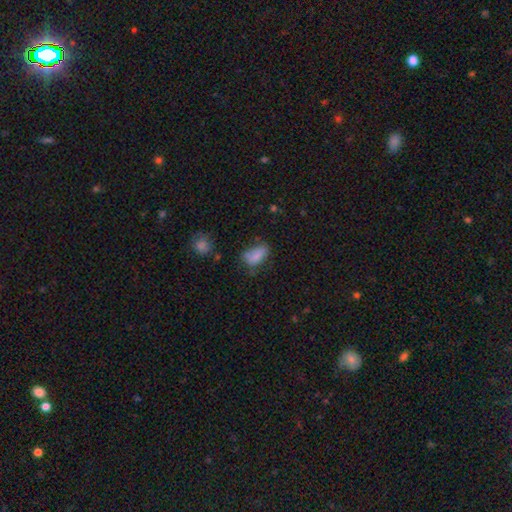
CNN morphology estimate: Smooth or featured?
  - smooth: 78% *
  - featured or disk: 11%
  - star or artifact: 10%
How rounded?
  - in between: 88% *
  - cigar-shaped: 7%
  - round: 5%
Merging?
  - none: 46% *
  - minor disturbance: 32%
  - major disturbance: 15%
  - merger: 7%